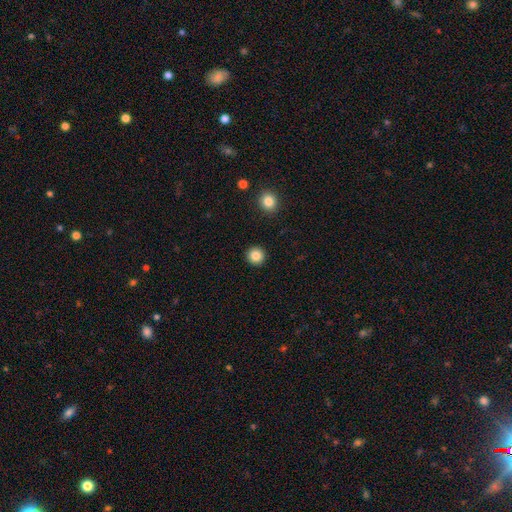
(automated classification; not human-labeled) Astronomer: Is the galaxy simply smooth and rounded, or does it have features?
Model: smooth — 85%.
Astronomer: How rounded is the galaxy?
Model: round — 94%.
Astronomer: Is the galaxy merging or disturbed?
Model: none — 93%.